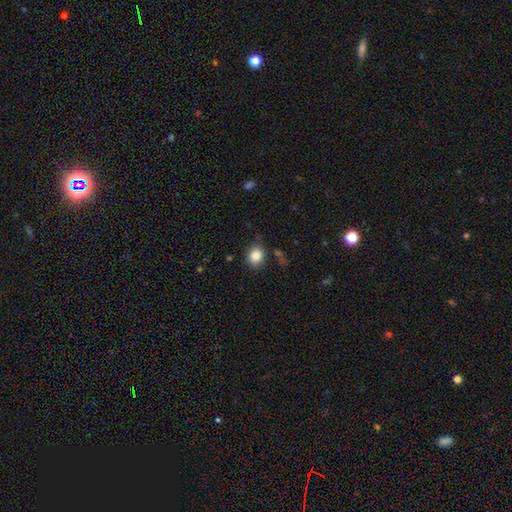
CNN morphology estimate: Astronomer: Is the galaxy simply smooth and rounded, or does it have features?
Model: smooth — 84%.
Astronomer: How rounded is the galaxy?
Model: round — 68%.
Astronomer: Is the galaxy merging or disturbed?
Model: none — 81%.